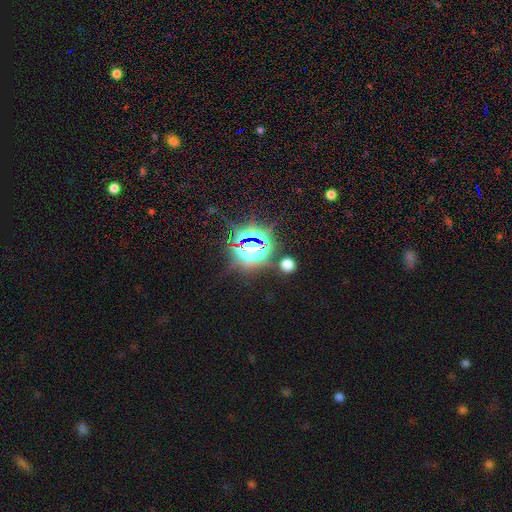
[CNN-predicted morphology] This appears to be a star or artifact, not a galaxy (80%).